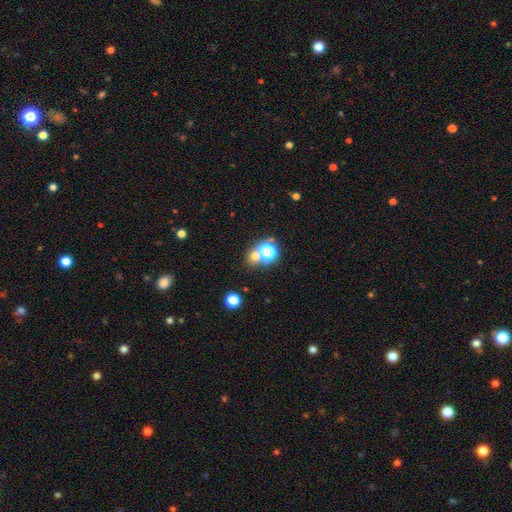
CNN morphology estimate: A smooth galaxy with no disk features (57%) that is round (78%).

Vote fractions:
- Smooth or featured? smooth: 57% / star or artifact: 33% / featured or disk: 9%
- How rounded? round: 78% / in between: 21% / cigar-shaped: 1%
- Merging? none: 58% / merger: 31% / minor disturbance: 7% / major disturbance: 4%